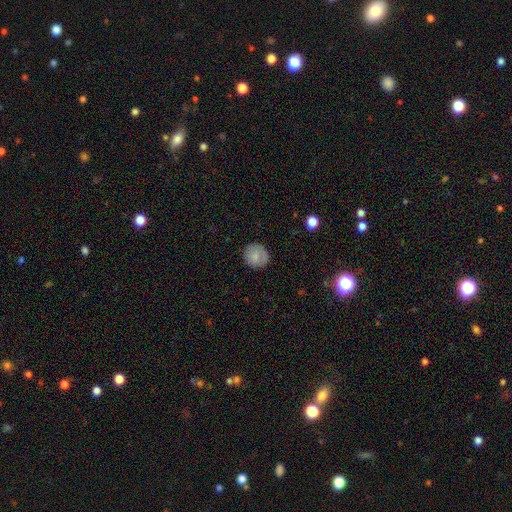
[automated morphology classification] This appears to be a smooth galaxy with no disk features (82%) that is round (89%). Merging: none (85%).